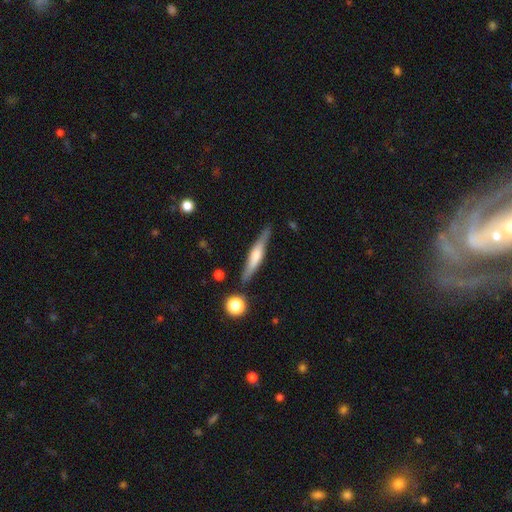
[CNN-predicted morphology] featured or disk 59%, smooth 34%, star or artifact 6%. Down the decision tree: edge-on disk — yes (95%); edge-on bulge — rounded (67%); merging — none (84%).